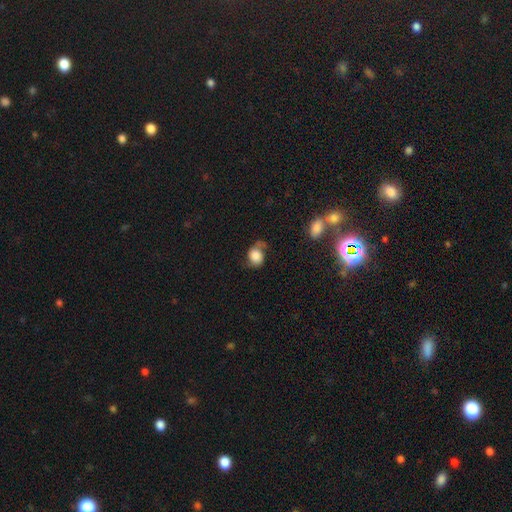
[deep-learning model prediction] smooth_or_featured: smooth (p=0.57) [alt: featured or disk p=0.34]
how_rounded: round (p=0.55) [alt: in between p=0.44]
merging: none (p=0.45) [alt: minor disturbance p=0.30]